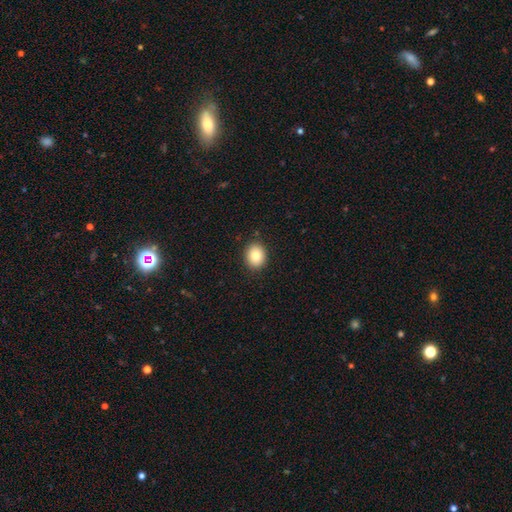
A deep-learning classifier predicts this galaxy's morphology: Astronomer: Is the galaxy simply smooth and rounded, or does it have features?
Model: smooth — 85%.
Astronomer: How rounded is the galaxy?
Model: round — 56% (runner-up: in between, 43%).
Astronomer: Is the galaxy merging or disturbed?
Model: none — 89%.